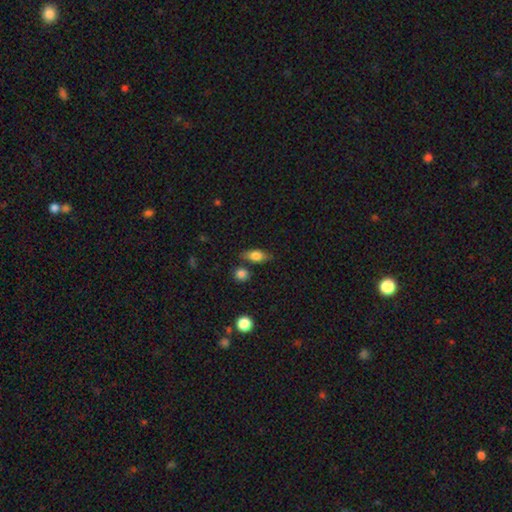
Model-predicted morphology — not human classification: Smooth or featured? smooth (74%)
How rounded? in between (78%)
Merging? none (74%)